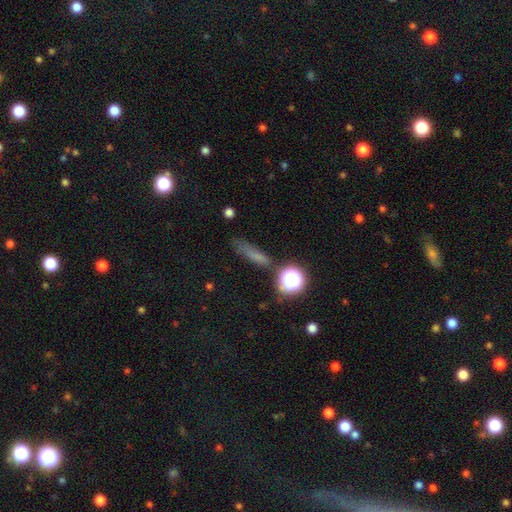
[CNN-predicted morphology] Smooth or featured? smooth (63%)
How rounded? cigar-shaped (63%)
Merging? none (65%)